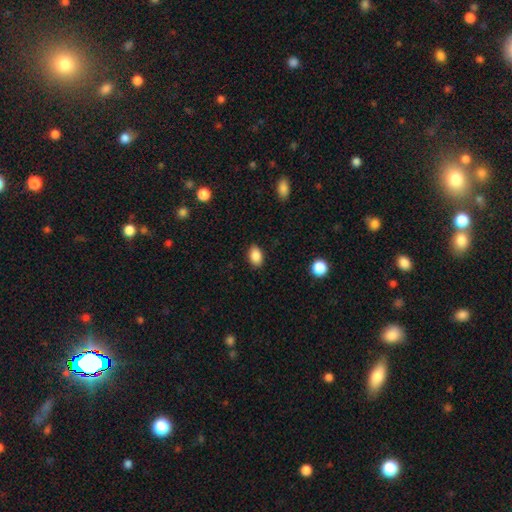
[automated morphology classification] This appears to be a smooth galaxy with no disk features (88%) that is in between round and cigar-shaped (84%). Merging: none (86%).